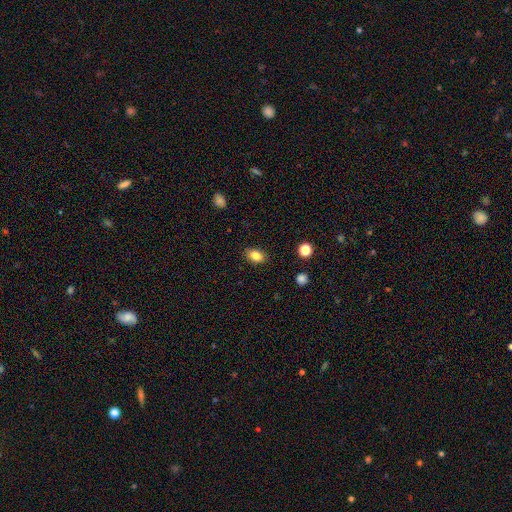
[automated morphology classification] A smooth galaxy with no disk features (84%) that is in between round and cigar-shaped (83%). Merging: none (87%).